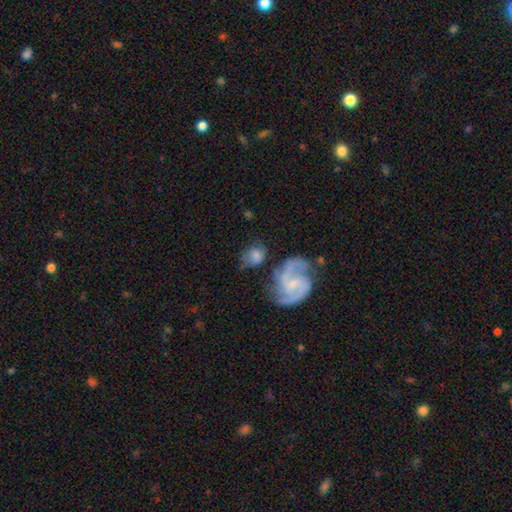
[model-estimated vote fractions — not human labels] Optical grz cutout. It shows a smooth galaxy with no disk features (46%, tied with featured or disk). Merging: none (49%).